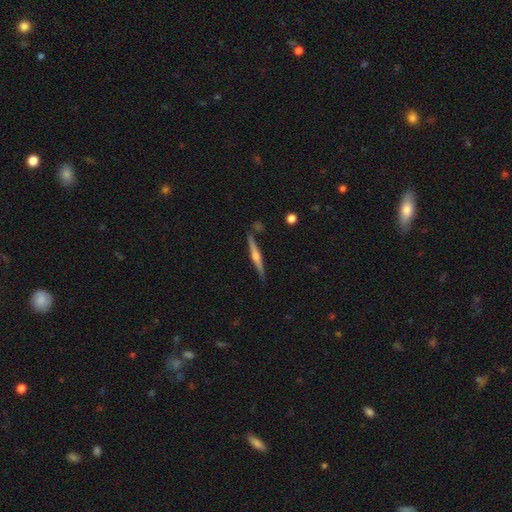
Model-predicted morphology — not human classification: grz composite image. It shows a featured or disk galaxy (69%) viewed edge-on (98%) with a rounded central bulge (81%). Merging: none (87%).